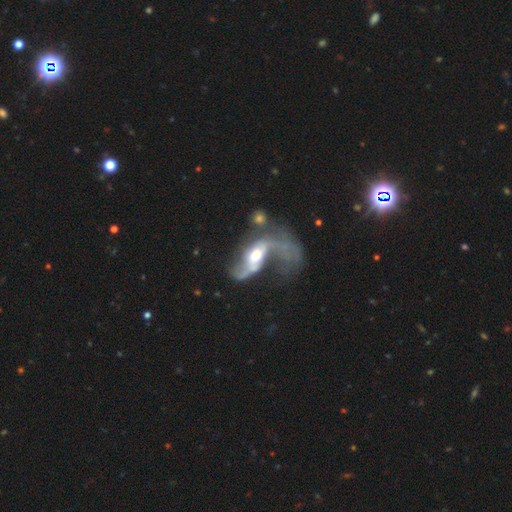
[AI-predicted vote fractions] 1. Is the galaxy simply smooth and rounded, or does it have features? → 77% featured or disk, 15% smooth, 7% star or artifact.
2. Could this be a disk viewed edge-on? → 93% no, 7% yes.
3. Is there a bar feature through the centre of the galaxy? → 44% no, 36% weak, 20% strong.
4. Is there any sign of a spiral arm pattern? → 81% yes, 19% no.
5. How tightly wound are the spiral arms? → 80% loose, 16% medium, 4% tight.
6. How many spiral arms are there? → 72% 2, 14% 1, 9% can't tell, 3% 3, 1% 4, 1% more than 4.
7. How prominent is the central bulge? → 57% moderate, 24% large, 13% small, 3% none, 3% dominant.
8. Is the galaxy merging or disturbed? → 45% major disturbance, 25% merger, 19% none, 12% minor disturbance.